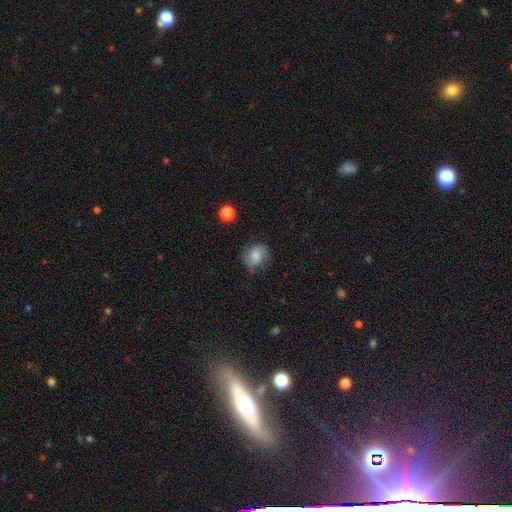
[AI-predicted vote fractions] smooth_or_featured: smooth (p=0.58) [alt: featured or disk p=0.32]
how_rounded: round (p=0.70) [alt: in between p=0.29]
merging: none (p=0.70) [alt: minor disturbance p=0.21]